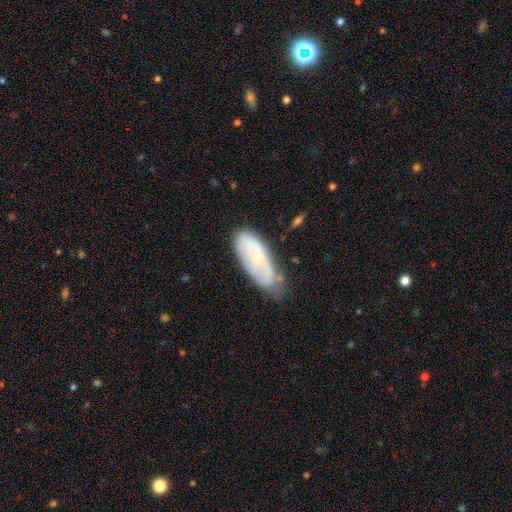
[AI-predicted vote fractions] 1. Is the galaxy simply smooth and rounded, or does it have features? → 46% featured or disk (tied), 46% smooth (tied), 8% star or artifact.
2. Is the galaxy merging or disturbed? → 57% none, 31% minor disturbance, 9% major disturbance, 3% merger.